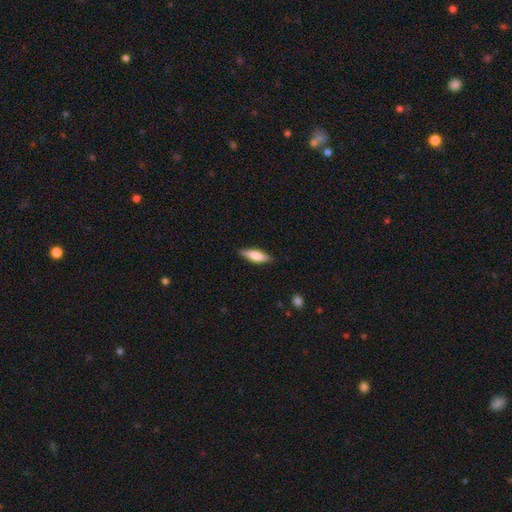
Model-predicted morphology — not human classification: A smooth galaxy with no disk features (72%) that is in between round and cigar-shaped (53%). Merging: none (84%).